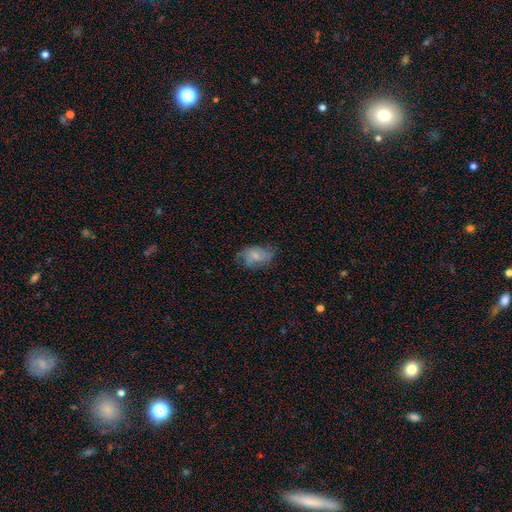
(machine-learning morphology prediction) smooth 57%, featured or disk 35%, star or artifact 8%. Down the decision tree: how rounded — in between (87%); merging — none (57%).